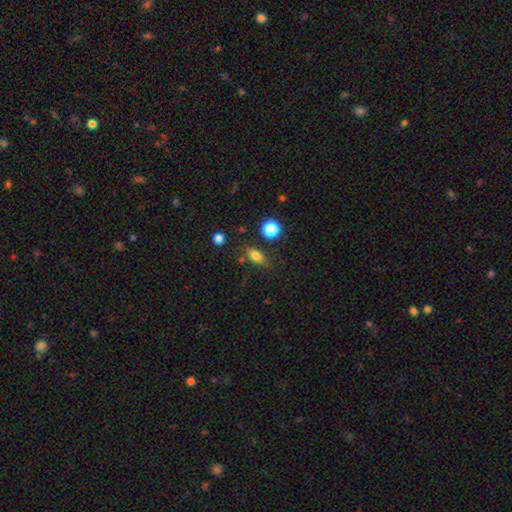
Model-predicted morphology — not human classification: smooth_or_featured: smooth (p=0.78) [alt: star or artifact p=0.12]
how_rounded: in between (p=0.74) [alt: round p=0.16]
merging: none (p=0.72) [alt: minor disturbance p=0.17]